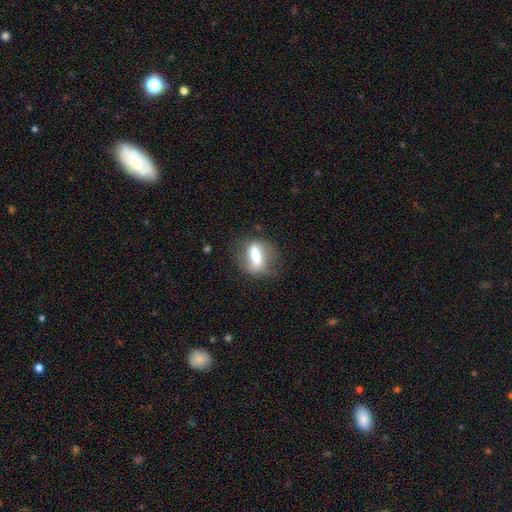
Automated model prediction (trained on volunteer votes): Smooth or featured? smooth (53%)
How rounded? in between (55%)
Merging? none (72%)